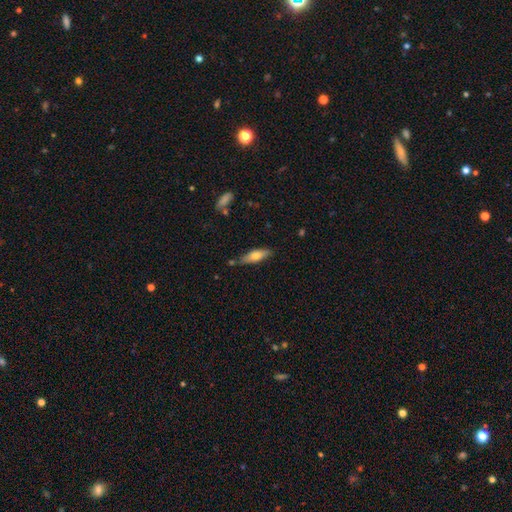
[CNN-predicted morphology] Smooth or featured?
  - smooth: 63% *
  - featured or disk: 31%
  - star or artifact: 6%
How rounded?
  - cigar-shaped: 55% *
  - in between: 43%
  - round: 2%
Merging?
  - none: 76% *
  - minor disturbance: 16%
  - merger: 4%
  - major disturbance: 3%